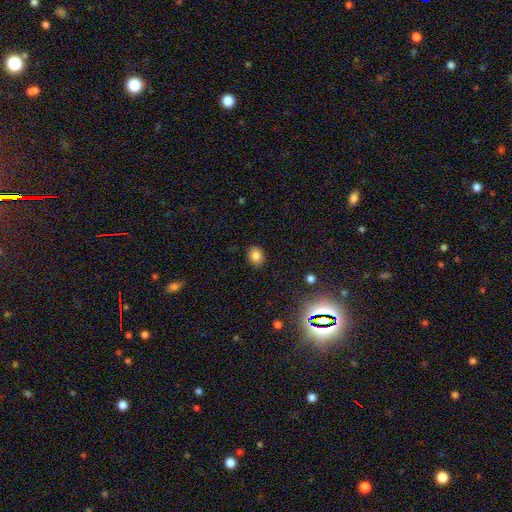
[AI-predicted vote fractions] Smooth or featured: smooth — 82% (star or artifact — 12%)
How rounded: round — 59% (in between — 40%)
Merging: none — 87% (minor disturbance — 10%)